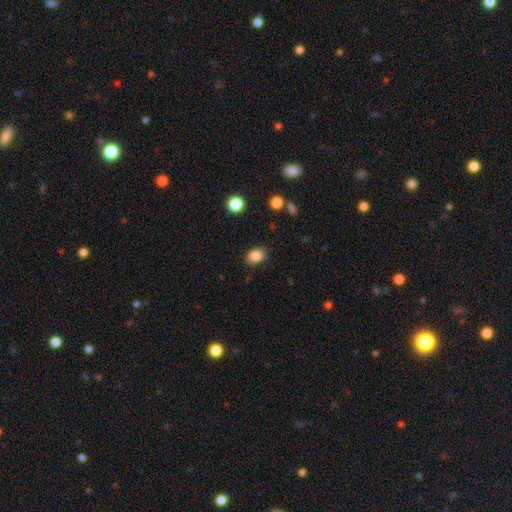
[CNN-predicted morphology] Smooth or featured: smooth — 85% (star or artifact — 10%)
How rounded: in between — 66% (round — 33%)
Merging: none — 83% (minor disturbance — 13%)